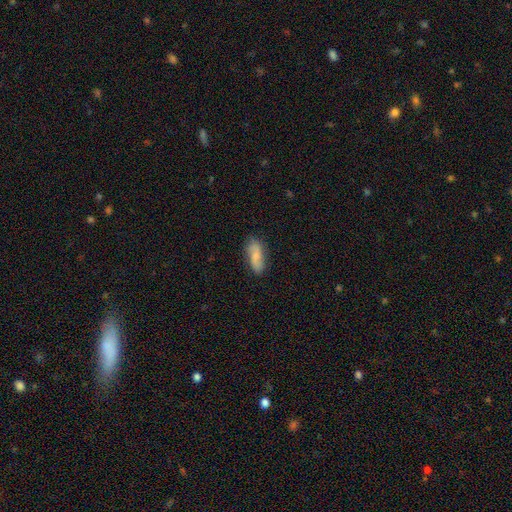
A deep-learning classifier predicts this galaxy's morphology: Smooth or featured: smooth — 63% (featured or disk — 30%)
How rounded: in between — 79% (cigar-shaped — 18%)
Merging: none — 76% (minor disturbance — 18%)